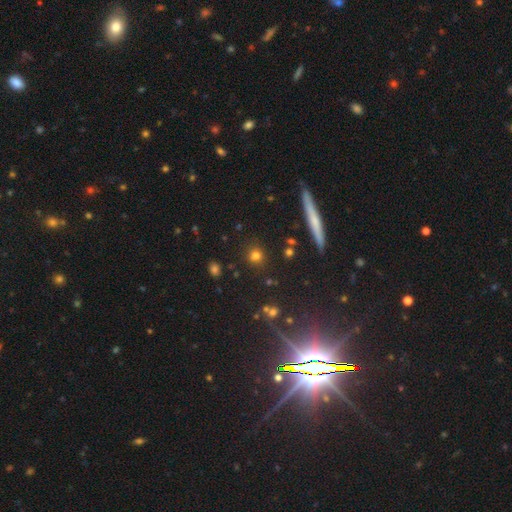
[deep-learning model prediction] A smooth galaxy with no disk features (75%) that is round (88%).

Vote fractions:
- Smooth or featured? smooth: 75% / star or artifact: 16% / featured or disk: 9%
- How rounded? round: 88% / in between: 10% / cigar-shaped: 3%
- Merging? none: 86% / minor disturbance: 8% / merger: 3% / major disturbance: 3%